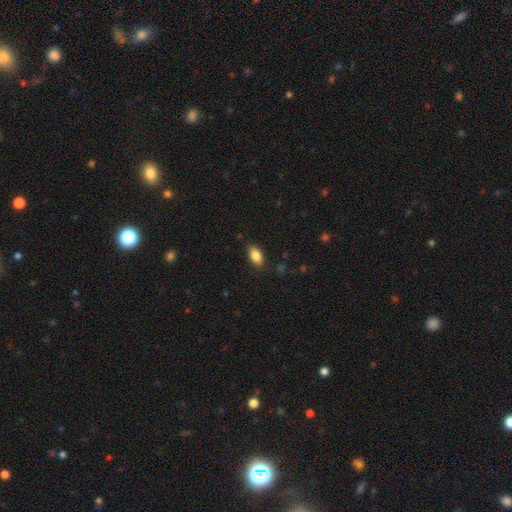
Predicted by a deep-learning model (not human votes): Smooth or featured? smooth (85%)
How rounded? in between (90%)
Merging? none (85%)